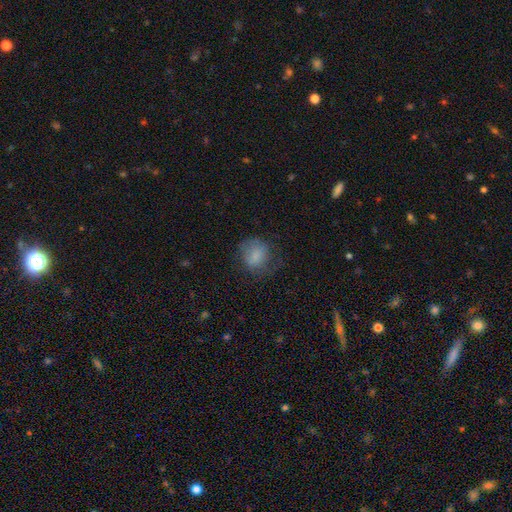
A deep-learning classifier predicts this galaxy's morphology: The model was most divided on "merging": none: 52%, minor disturbance: 25%, major disturbance: 21%, merger: 1%. More confident: smooth or featured — smooth (73%); how rounded — round (71%).